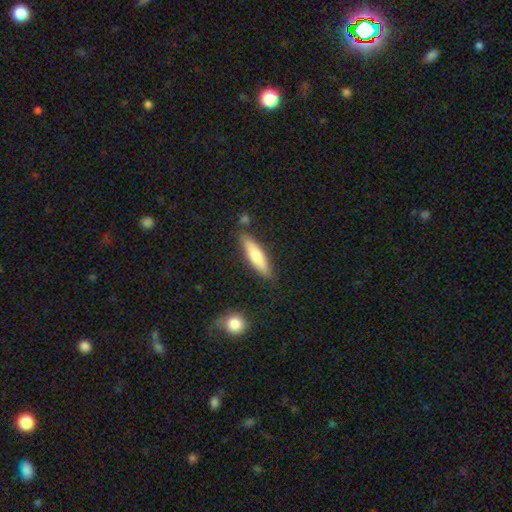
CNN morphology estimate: smooth_or_featured: smooth (p=0.66) [alt: featured or disk p=0.28]
how_rounded: cigar-shaped (p=0.71) [alt: in between p=0.27]
merging: none (p=0.80) [alt: minor disturbance p=0.12]